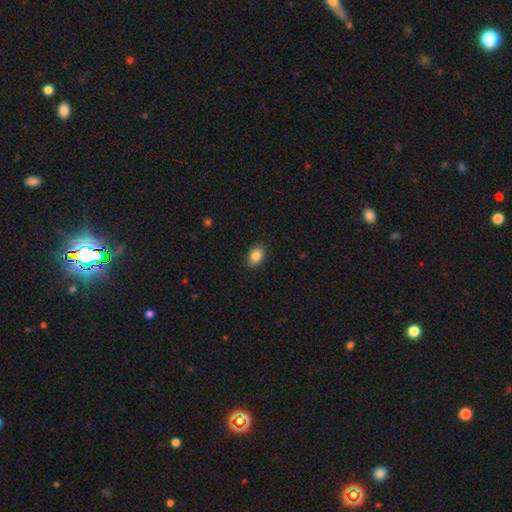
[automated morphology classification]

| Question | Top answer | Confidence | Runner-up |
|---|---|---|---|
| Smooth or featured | smooth | 85% | star or artifact (8%) |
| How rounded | in between | 82% | round (17%) |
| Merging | none | 86% | minor disturbance (11%) |